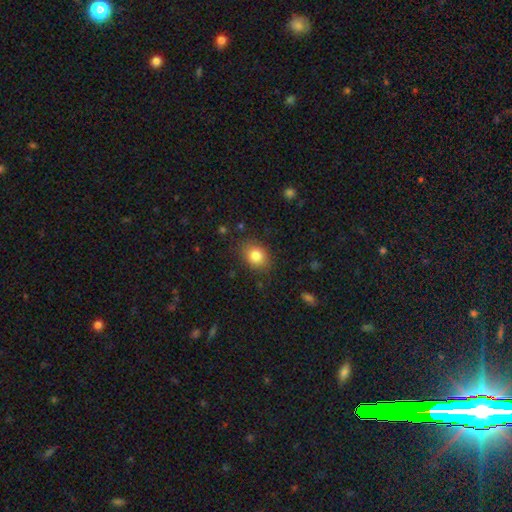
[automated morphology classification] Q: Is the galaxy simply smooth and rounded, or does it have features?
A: smooth — 83%.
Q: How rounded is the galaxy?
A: in between — 58%.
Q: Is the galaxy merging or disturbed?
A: none — 83%.